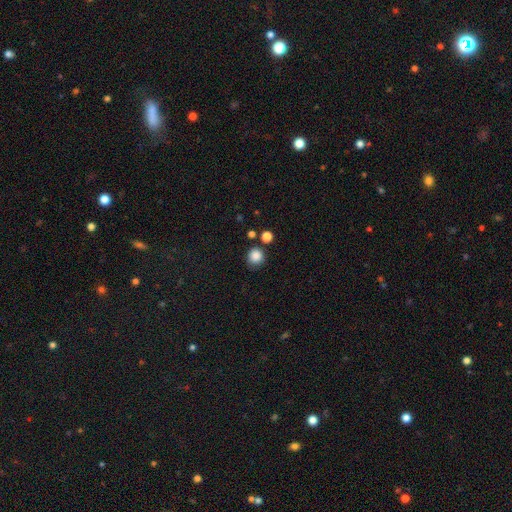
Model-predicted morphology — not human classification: The model was most divided on "merging": none: 79%, minor disturbance: 11%, merger: 6%, major disturbance: 3%. More confident: how rounded — round (92%); smooth or featured — smooth (86%).